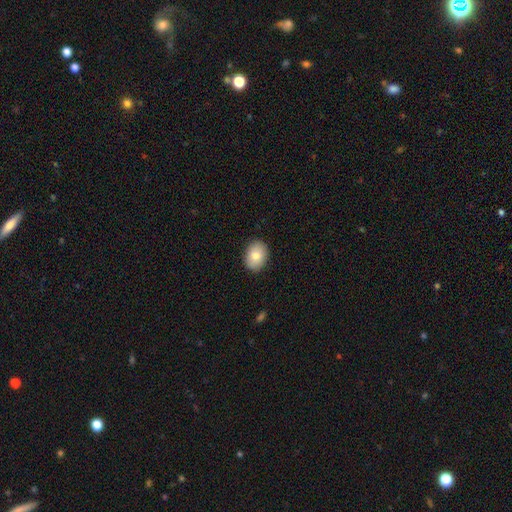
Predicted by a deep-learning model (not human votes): This appears to be a smooth galaxy with no disk features (82%) that is in between round and cigar-shaped (69%). Merging: none (89%).